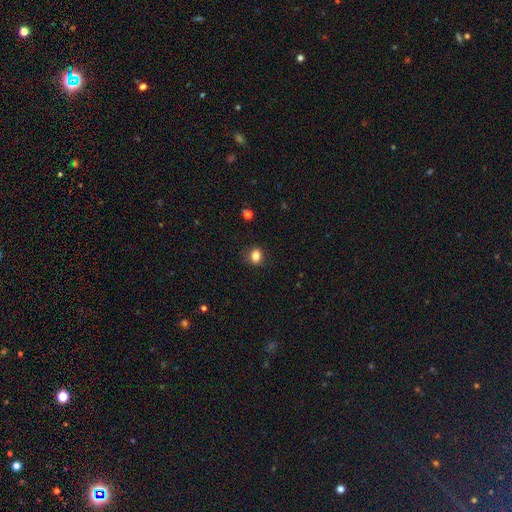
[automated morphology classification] A smooth galaxy with no disk features (83%) that is in between round and cigar-shaped (58%). Merging: none (83%).